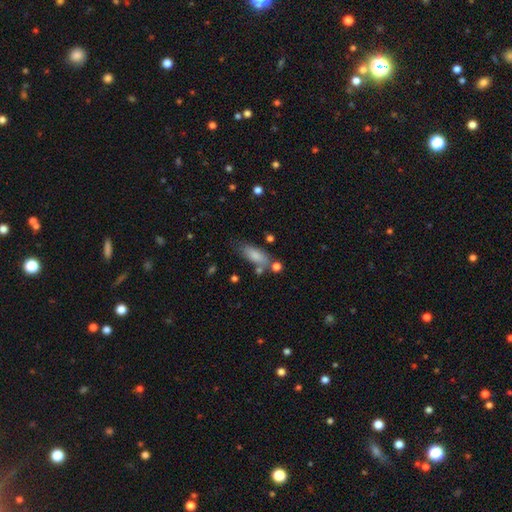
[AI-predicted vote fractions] The model was most divided on "merging": none: 59%, minor disturbance: 21%, merger: 13%, major disturbance: 7%. More confident: smooth or featured — smooth (82%); how rounded — in between (72%).